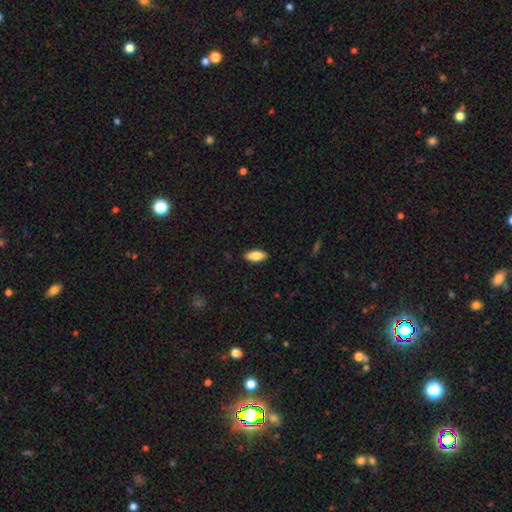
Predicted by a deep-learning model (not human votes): Smooth or featured?
  - smooth: 82% *
  - featured or disk: 12%
  - star or artifact: 6%
How rounded?
  - in between: 87% *
  - cigar-shaped: 11%
  - round: 2%
Merging?
  - none: 89% *
  - minor disturbance: 8%
  - major disturbance: 2%
  - merger: 1%